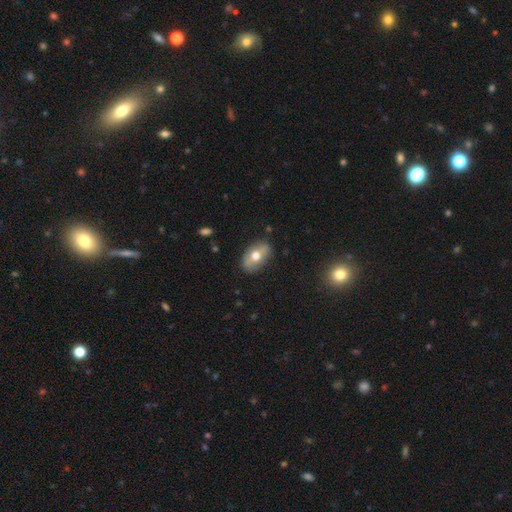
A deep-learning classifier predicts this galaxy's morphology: This appears to be a smooth galaxy with no disk features (57%) that is in between round and cigar-shaped (86%). Merging: none (83%).